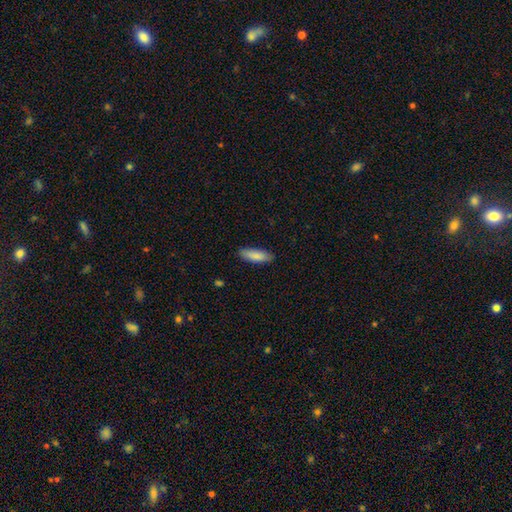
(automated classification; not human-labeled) Q: Smooth or featured?
A: smooth (87%); runner-up: featured or disk (8%)
Q: How rounded?
A: in between (53%); runner-up: cigar-shaped (45%)
Q: Merging?
A: none (87%); runner-up: minor disturbance (10%)